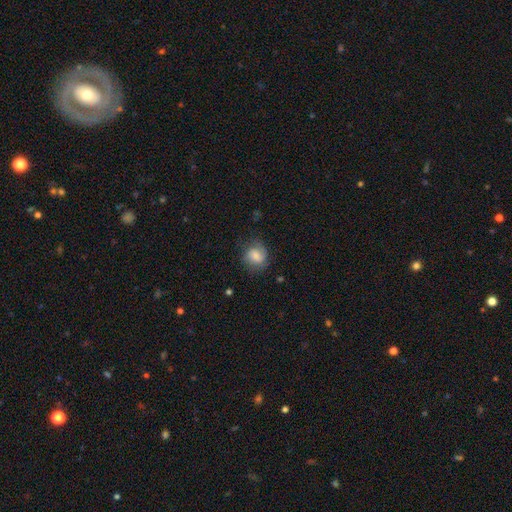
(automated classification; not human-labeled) Morphology: type=smooth (67%); roundness=round (67%); merging=none (65%).